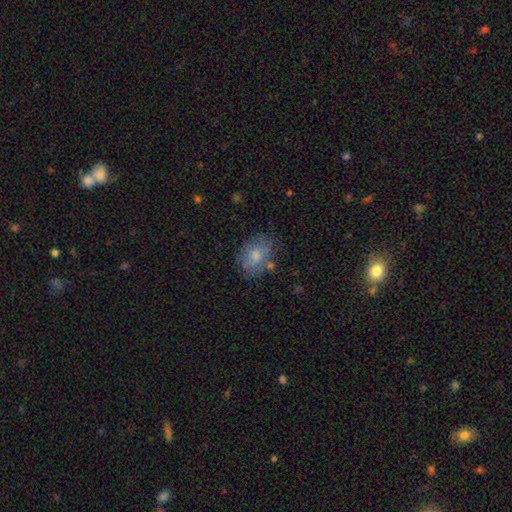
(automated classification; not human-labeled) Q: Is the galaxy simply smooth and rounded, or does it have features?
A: smooth — 70%.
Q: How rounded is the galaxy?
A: in between — 64%.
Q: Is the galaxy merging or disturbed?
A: none — 63%.